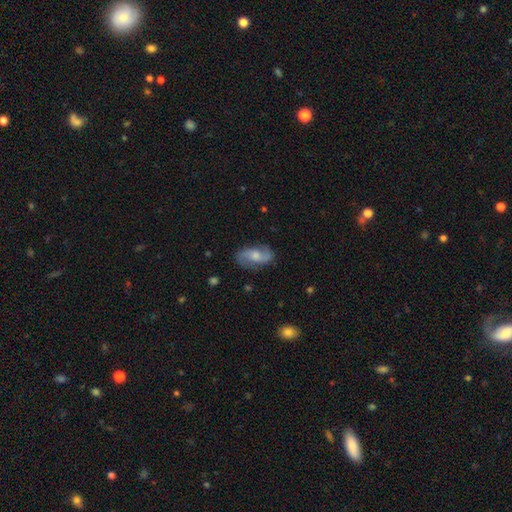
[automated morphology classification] Q: Smooth or featured?
A: featured or disk (69%); runner-up: smooth (25%)
Q: Edge-on disk?
A: no (95%); runner-up: yes (5%)
Q: Bar?
A: no (52%); runner-up: weak (40%)
Q: Spiral arms?
A: yes (93%); runner-up: no (7%)
Q: Spiral winding?
A: loose (54%); runner-up: medium (35%)
Q: Spiral arm count?
A: 2 (90%); runner-up: can't tell (5%)
Q: Bulge size?
A: moderate (51%); runner-up: small (30%)
Q: Merging?
A: none (77%); runner-up: minor disturbance (16%)